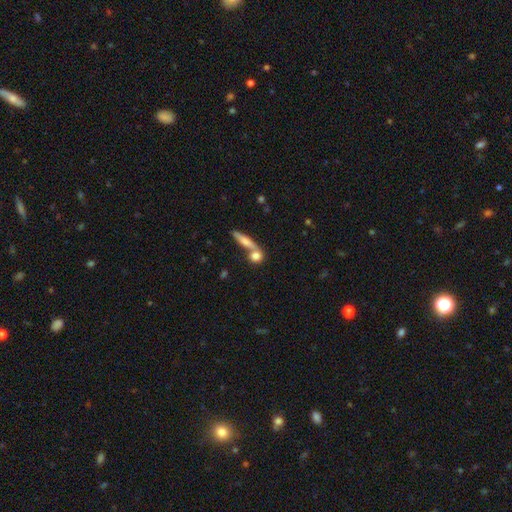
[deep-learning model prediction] smooth-or-featured: smooth: 73% | featured or disk: 18% | star or artifact: 9%
  how-rounded: round: 50% | cigar-shaped: 25% | in between: 25%
  merging: none: 52% | merger: 35% | minor disturbance: 9% | major disturbance: 4%